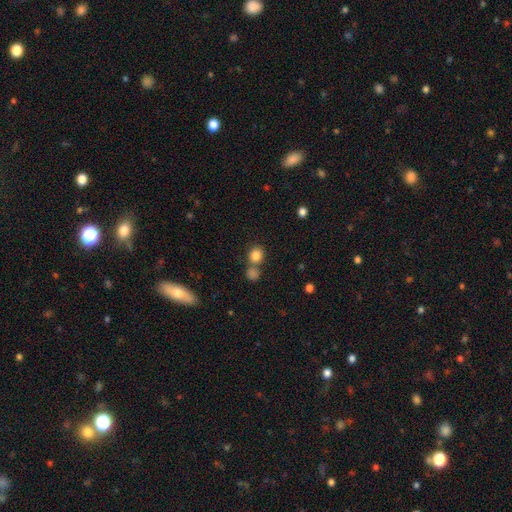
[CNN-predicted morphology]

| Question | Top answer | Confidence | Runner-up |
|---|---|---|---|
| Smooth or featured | smooth | 83% | star or artifact (11%) |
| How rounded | round | 79% | in between (20%) |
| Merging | none | 58% | merger (29%) |